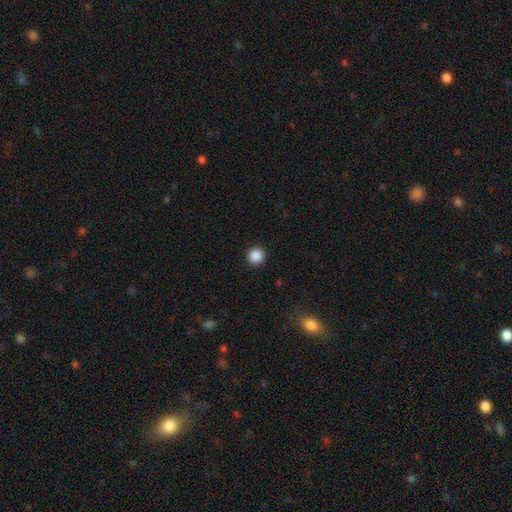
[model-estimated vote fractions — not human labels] This is clearly a smooth galaxy (88%). How rounded: clearly round (95%). Merging: clearly none (93%).